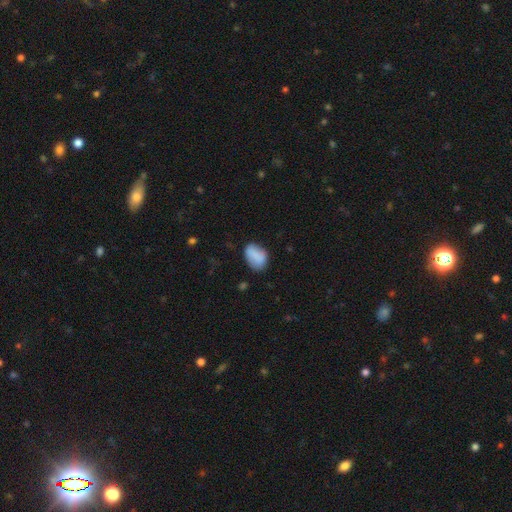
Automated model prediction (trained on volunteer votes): Overall: smooth (82%). How rounded: in between (85%). Merging: none (69%).